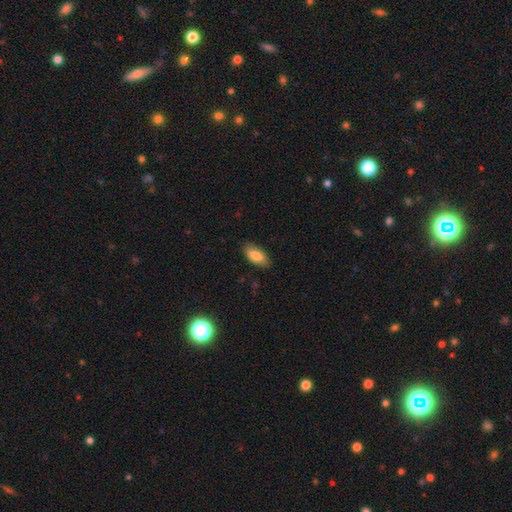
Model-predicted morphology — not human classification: type=smooth (84%); roundness=in between (89%); merging=none (84%).